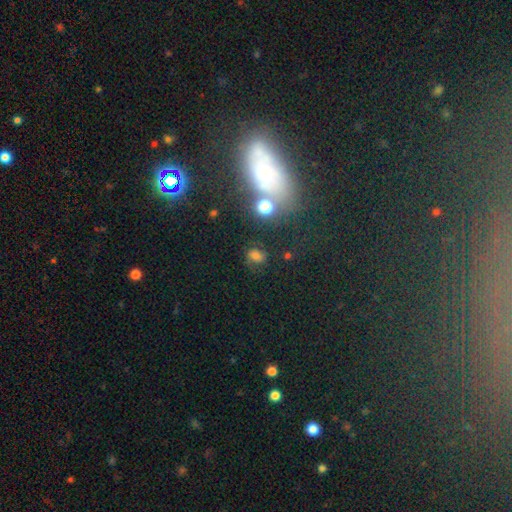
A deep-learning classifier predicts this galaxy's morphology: Smooth or featured? Predicted: smooth (p=0.47). Merging? Predicted: none (p=0.63).